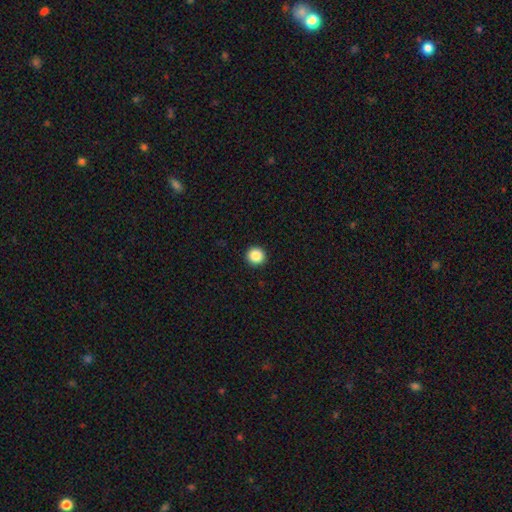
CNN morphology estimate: type=smooth (88%); roundness=round (94%); merging=none (93%).